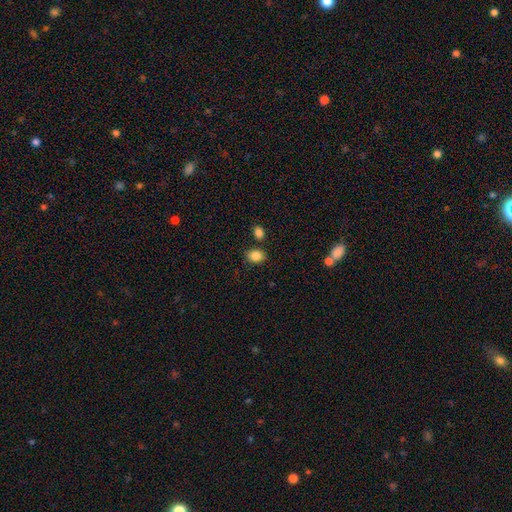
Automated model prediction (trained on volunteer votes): smooth_or_featured: smooth (p=0.86) [alt: star or artifact p=0.09]
how_rounded: in between (p=0.60) [alt: round p=0.39]
merging: none (p=0.79) [alt: minor disturbance p=0.11]